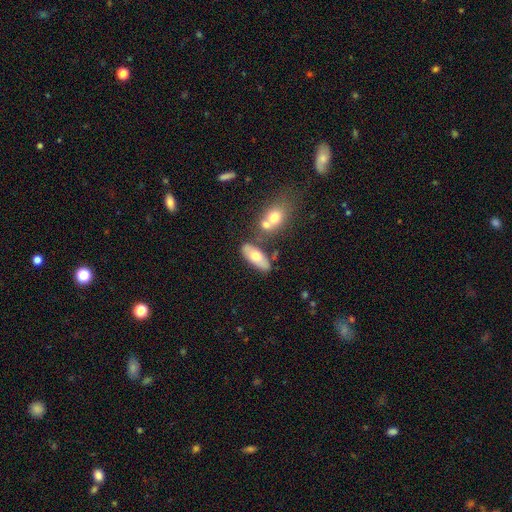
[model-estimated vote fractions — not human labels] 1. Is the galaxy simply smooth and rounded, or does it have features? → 61% smooth, 32% featured or disk, 7% star or artifact.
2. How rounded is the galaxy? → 78% in between, 18% cigar-shaped, 3% round.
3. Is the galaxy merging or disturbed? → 64% none, 17% merger, 14% minor disturbance, 4% major disturbance.